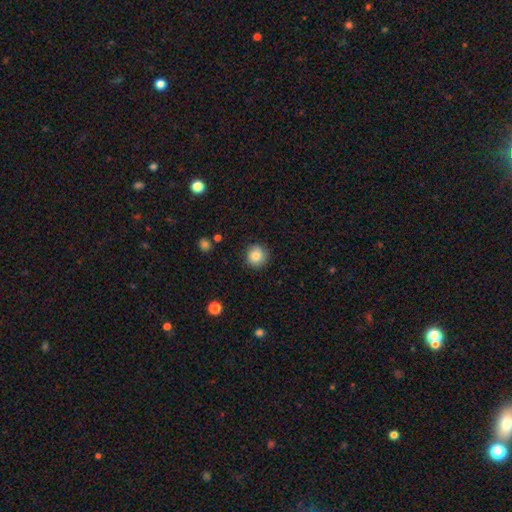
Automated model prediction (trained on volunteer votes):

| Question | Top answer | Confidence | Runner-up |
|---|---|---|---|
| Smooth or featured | smooth | 84% | star or artifact (9%) |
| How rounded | round | 93% | in between (6%) |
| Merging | none | 88% | minor disturbance (8%) |